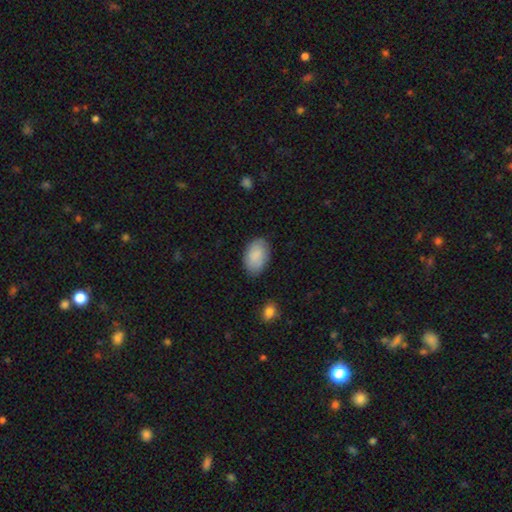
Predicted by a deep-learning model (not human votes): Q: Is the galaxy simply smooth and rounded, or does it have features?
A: smooth — 85%.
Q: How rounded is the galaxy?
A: in between — 92%.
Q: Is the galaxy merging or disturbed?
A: none — 82%.